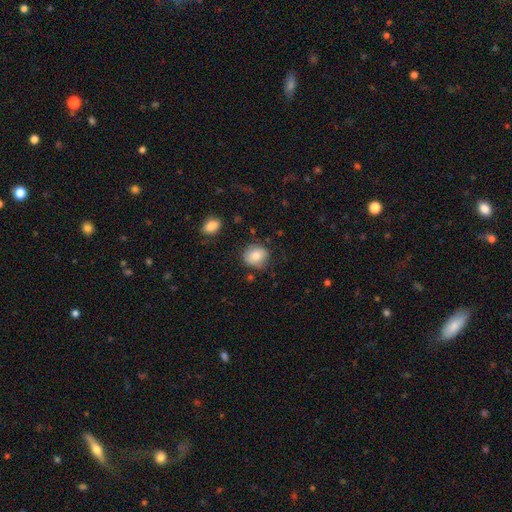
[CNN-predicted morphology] A smooth galaxy with no disk features (79%) that is round (77%).

Vote fractions:
- Smooth or featured? smooth: 79% / featured or disk: 12% / star or artifact: 9%
- How rounded? round: 77% / in between: 22% / cigar-shaped: 1%
- Merging? none: 78% / minor disturbance: 16% / major disturbance: 4% / merger: 3%